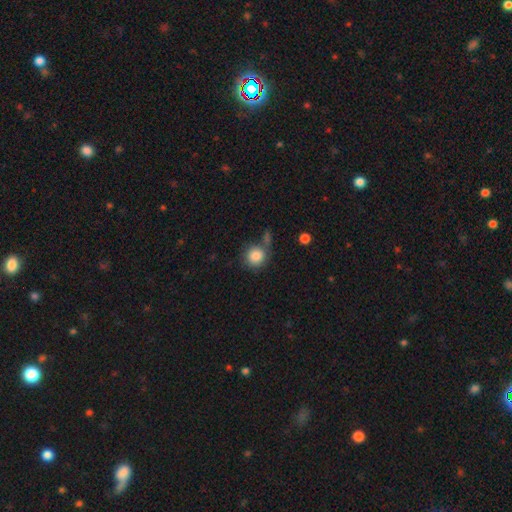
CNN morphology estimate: A smooth galaxy with no disk features (86%) that is round (89%).

Vote fractions:
- Smooth or featured? smooth: 86% / star or artifact: 8% / featured or disk: 6%
- How rounded? round: 89% / in between: 10% / cigar-shaped: 1%
- Merging? none: 63% / merger: 17% / minor disturbance: 15% / major disturbance: 6%